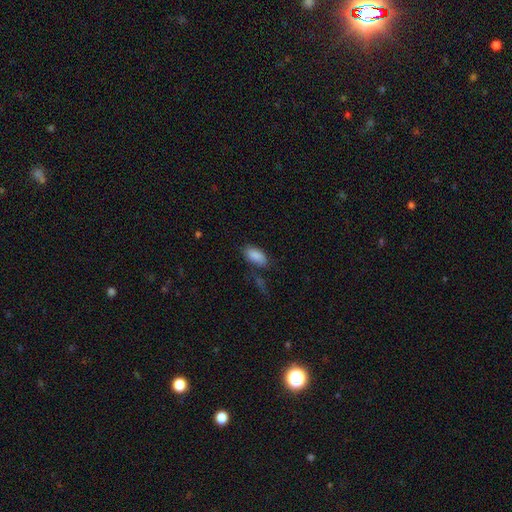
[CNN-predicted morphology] Smooth or featured? smooth (88%)
How rounded? in between (93%)
Merging? none (72%)